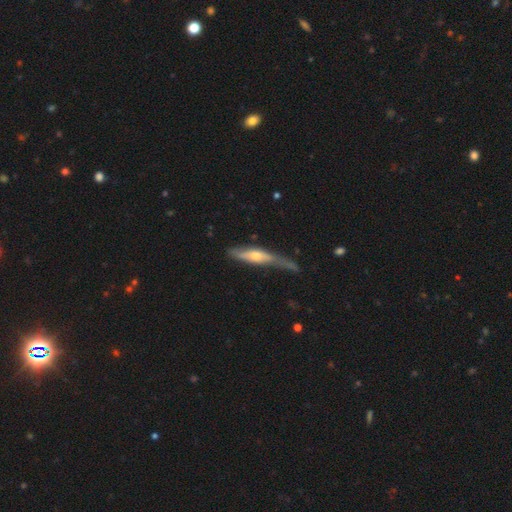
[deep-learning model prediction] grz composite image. It shows a featured or disk galaxy (57%) viewed edge-on (79%). Merging: none (45%).